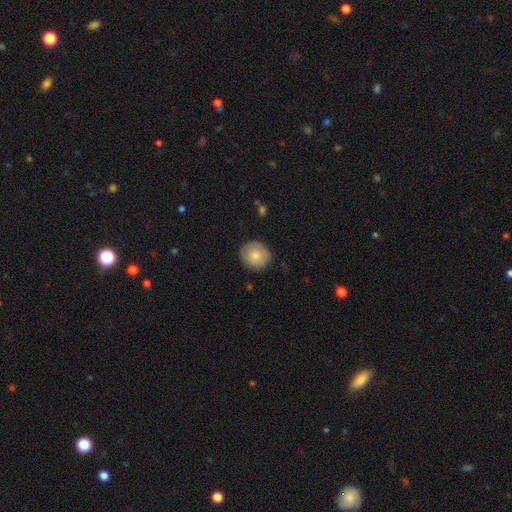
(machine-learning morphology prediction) smooth 78%, featured or disk 15%, star or artifact 7%. Down the decision tree: how rounded — round (89%); merging — none (86%).